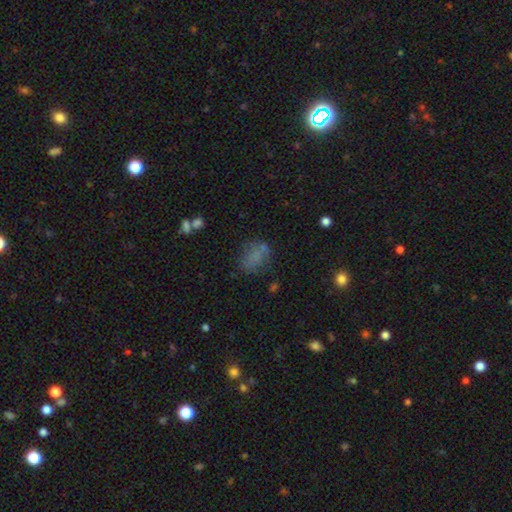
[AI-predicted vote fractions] smooth 66%, star or artifact 19%, featured or disk 15%. Down the decision tree: how rounded — in between (77%); merging — none (58%).